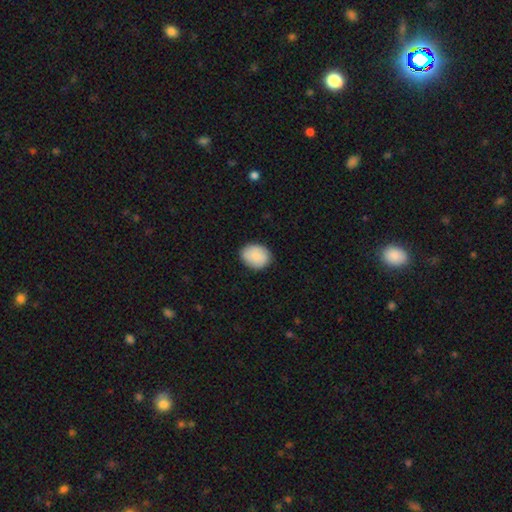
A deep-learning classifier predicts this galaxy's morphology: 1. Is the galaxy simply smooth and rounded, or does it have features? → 88% smooth, 6% star or artifact, 6% featured or disk.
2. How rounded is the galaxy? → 51% round, 48% in between, 1% cigar-shaped.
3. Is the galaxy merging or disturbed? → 86% none, 11% minor disturbance, 2% major disturbance, 1% merger.